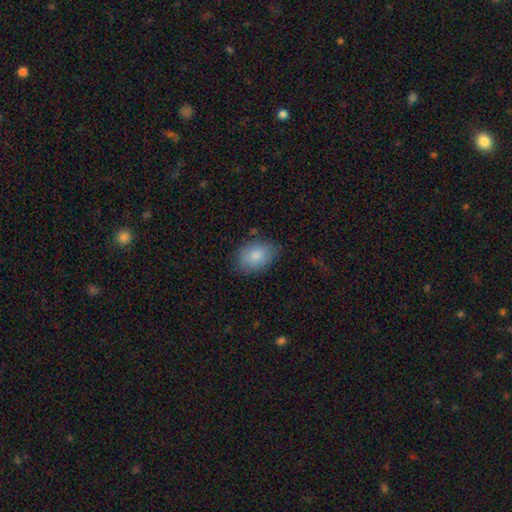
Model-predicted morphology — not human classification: A smooth galaxy with no disk features (84%) that is in between round and cigar-shaped (77%). Merging: none (77%).